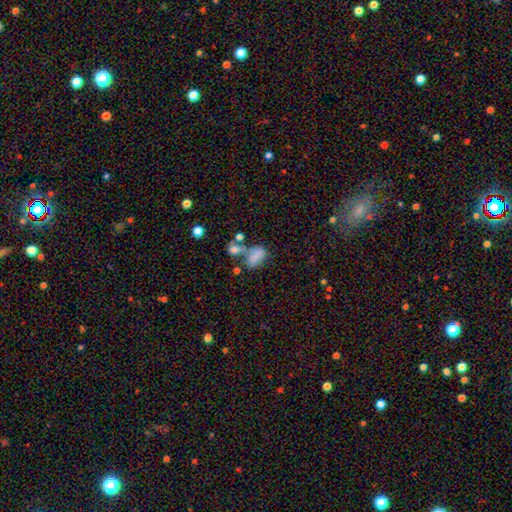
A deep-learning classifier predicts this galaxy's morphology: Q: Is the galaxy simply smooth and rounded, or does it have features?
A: smooth — 69%.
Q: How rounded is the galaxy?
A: in between — 86%.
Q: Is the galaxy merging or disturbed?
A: merger — 45%.